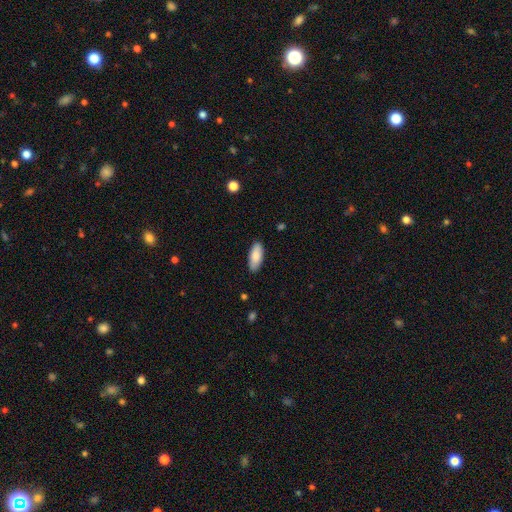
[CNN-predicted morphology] Smooth or featured: smooth — 87% (featured or disk — 8%)
How rounded: in between — 84% (cigar-shaped — 15%)
Merging: none — 87% (minor disturbance — 10%)